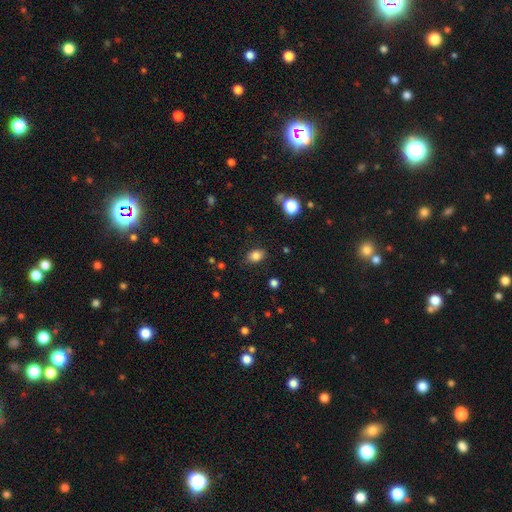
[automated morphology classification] smooth 83%, star or artifact 11%, featured or disk 6%. Down the decision tree: how rounded — in between (76%); merging — none (84%).